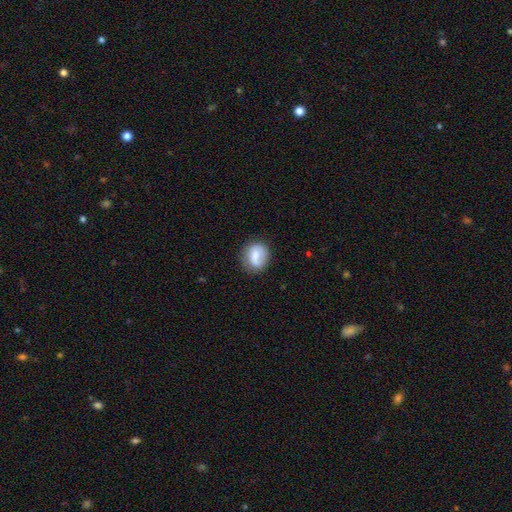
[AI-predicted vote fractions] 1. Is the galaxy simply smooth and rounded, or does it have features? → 70% smooth, 23% featured or disk, 8% star or artifact.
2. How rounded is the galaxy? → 66% round, 32% in between, 1% cigar-shaped.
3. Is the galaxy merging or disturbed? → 68% none, 21% minor disturbance, 9% major disturbance, 3% merger.